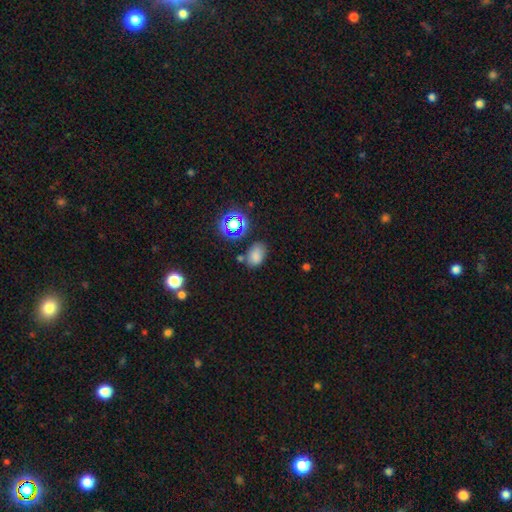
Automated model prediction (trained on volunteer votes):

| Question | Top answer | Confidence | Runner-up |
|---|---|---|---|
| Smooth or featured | smooth | 72% | star or artifact (20%) |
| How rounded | in between | 82% | round (17%) |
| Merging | none | 65% | minor disturbance (21%) |